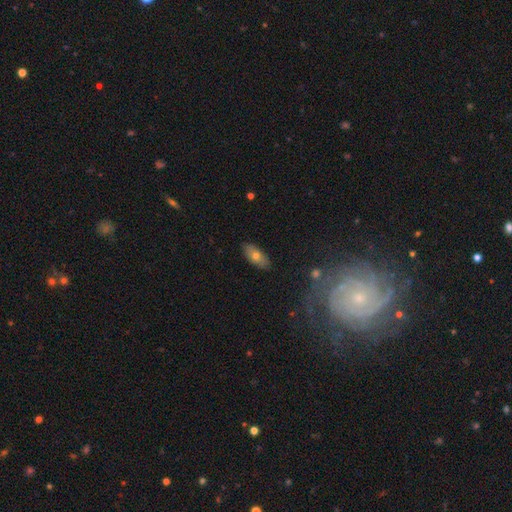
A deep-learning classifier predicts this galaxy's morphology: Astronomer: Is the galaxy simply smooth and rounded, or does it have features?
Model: smooth — 67%.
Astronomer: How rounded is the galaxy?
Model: in between — 85%.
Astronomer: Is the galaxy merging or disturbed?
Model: none — 86%.